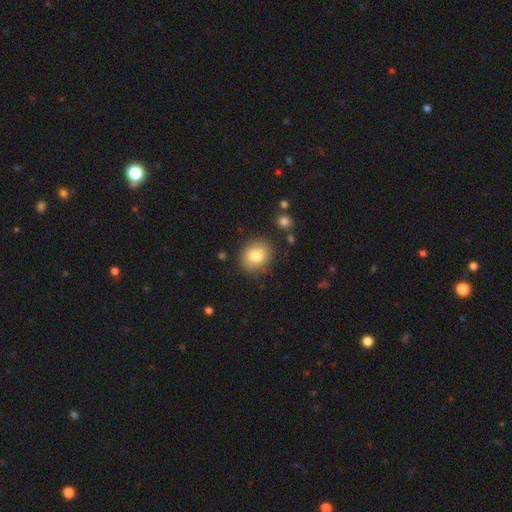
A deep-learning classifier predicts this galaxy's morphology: Smooth or featured? smooth (80%)
How rounded? round (66%)
Merging? none (85%)